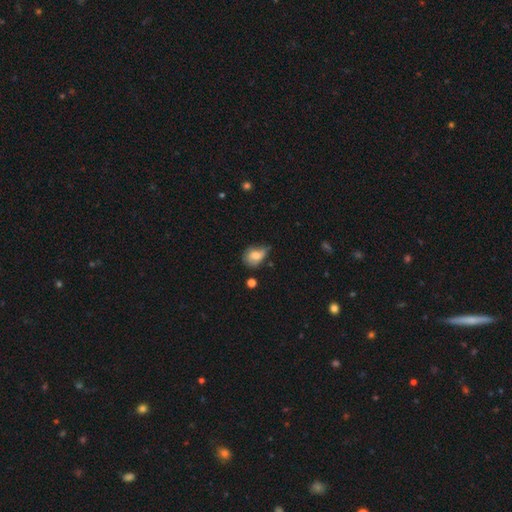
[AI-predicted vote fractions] smooth_or_featured: smooth (p=0.70) [alt: featured or disk p=0.20]
how_rounded: in between (p=0.65) [alt: round p=0.33]
merging: minor disturbance (p=0.43) [alt: none p=0.30]